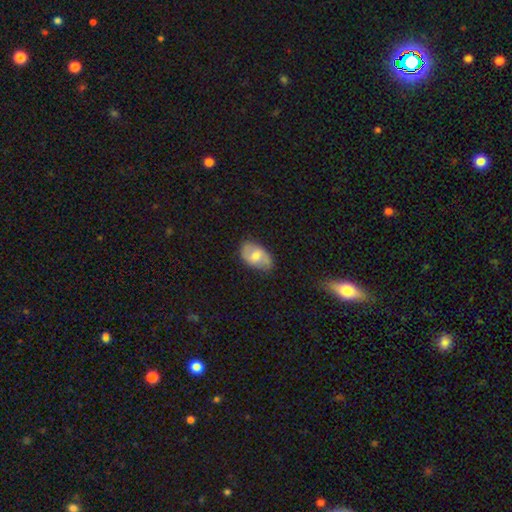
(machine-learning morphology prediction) This appears to be a smooth galaxy with no disk features (55%) that is in between round and cigar-shaped (90%). Merging: none (73%).